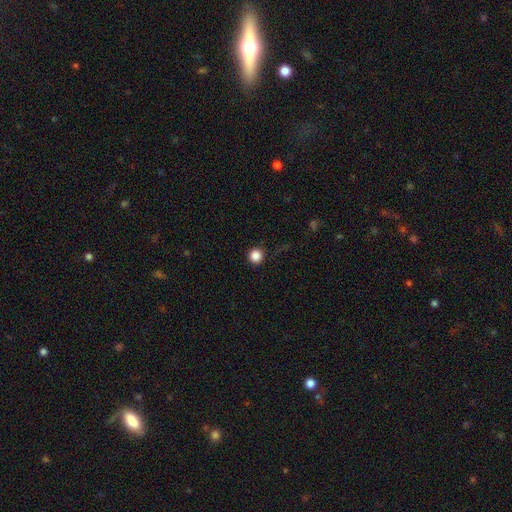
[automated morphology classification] Q: Smooth or featured?
A: smooth (85%); runner-up: star or artifact (11%)
Q: How rounded?
A: round (96%); runner-up: in between (3%)
Q: Merging?
A: none (91%); runner-up: minor disturbance (6%)